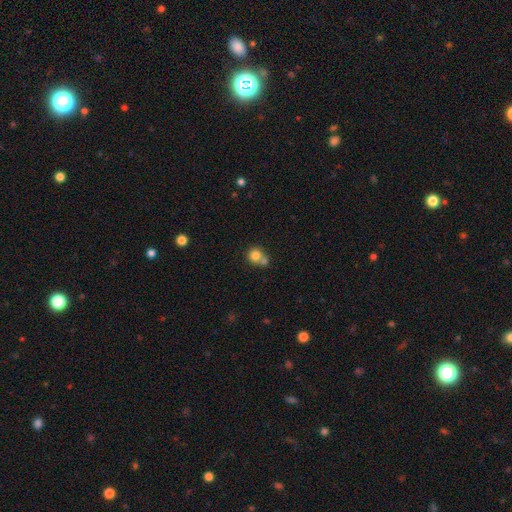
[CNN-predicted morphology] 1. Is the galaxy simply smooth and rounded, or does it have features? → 80% smooth, 10% star or artifact, 10% featured or disk.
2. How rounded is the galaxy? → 87% round, 12% in between, 1% cigar-shaped.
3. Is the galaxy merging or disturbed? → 45% none, 44% merger, 8% minor disturbance, 3% major disturbance.